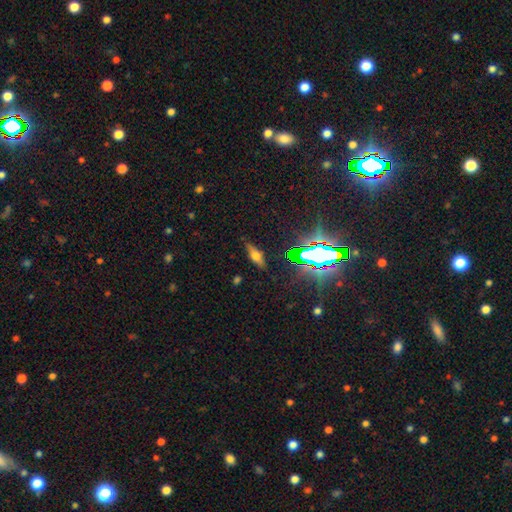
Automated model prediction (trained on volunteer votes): smooth_or_featured: smooth (p=0.43) [alt: featured or disk p=0.37]
merging: none (p=0.82) [alt: minor disturbance p=0.13]